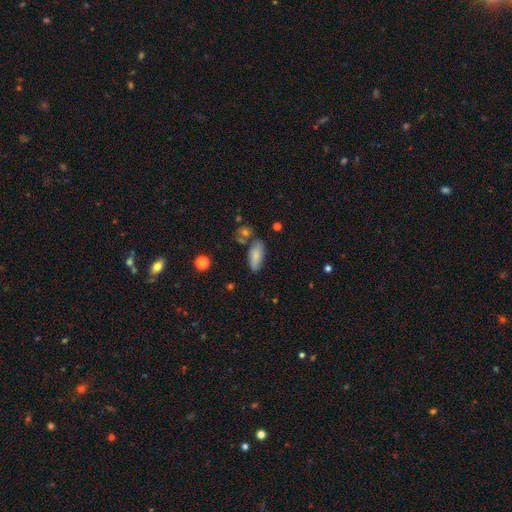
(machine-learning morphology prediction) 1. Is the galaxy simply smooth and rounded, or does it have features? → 80% smooth, 13% featured or disk, 8% star or artifact.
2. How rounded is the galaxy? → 84% in between, 14% cigar-shaped, 2% round.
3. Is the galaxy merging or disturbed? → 68% none, 19% minor disturbance, 9% merger, 5% major disturbance.